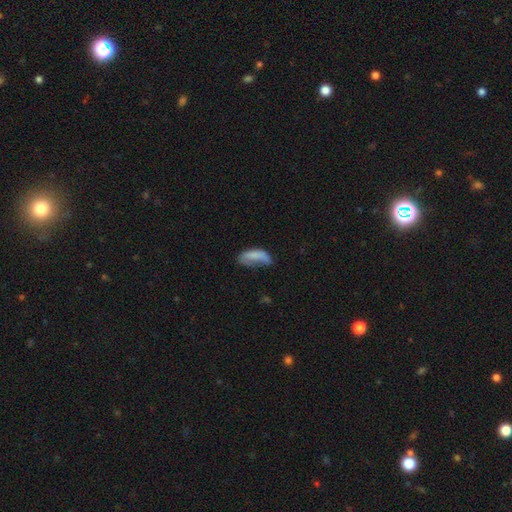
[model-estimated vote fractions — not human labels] Smooth or featured? smooth (72%)
How rounded? in between (80%)
Merging? major disturbance (33%)